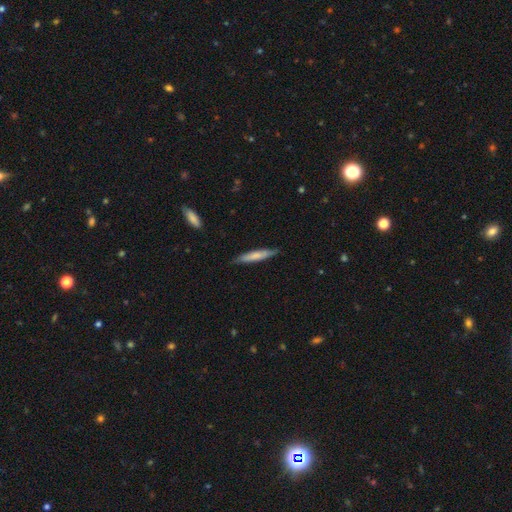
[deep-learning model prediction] smooth 67%, featured or disk 28%, star or artifact 5%. Down the decision tree: how rounded — cigar-shaped (91%); merging — none (85%).